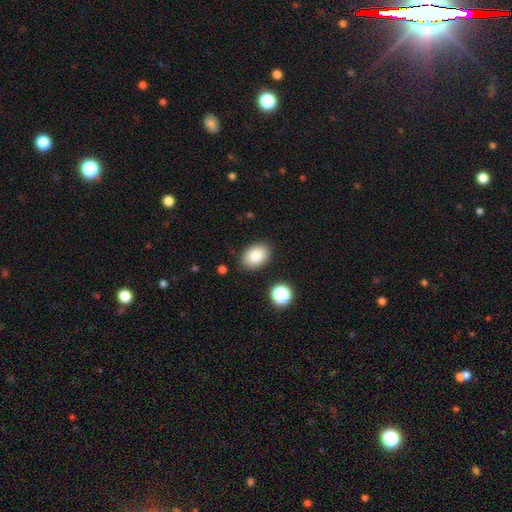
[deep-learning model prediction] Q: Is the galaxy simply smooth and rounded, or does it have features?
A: smooth — 84%.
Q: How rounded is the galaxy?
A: in between — 79%.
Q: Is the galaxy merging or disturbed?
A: none — 85%.